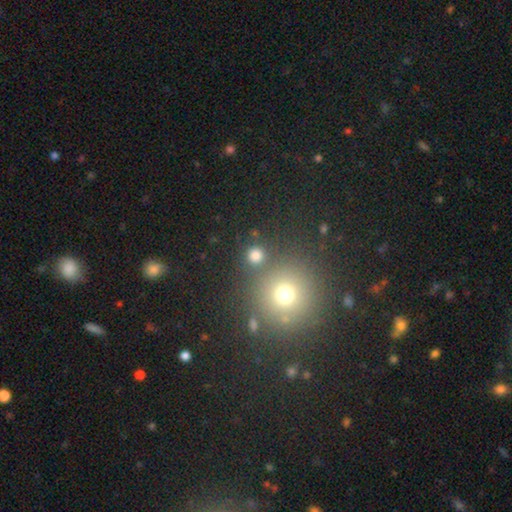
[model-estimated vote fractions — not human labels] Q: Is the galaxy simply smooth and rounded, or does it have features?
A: smooth — 78%.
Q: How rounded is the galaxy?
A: round — 92%.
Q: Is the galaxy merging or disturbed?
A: none — 80%.